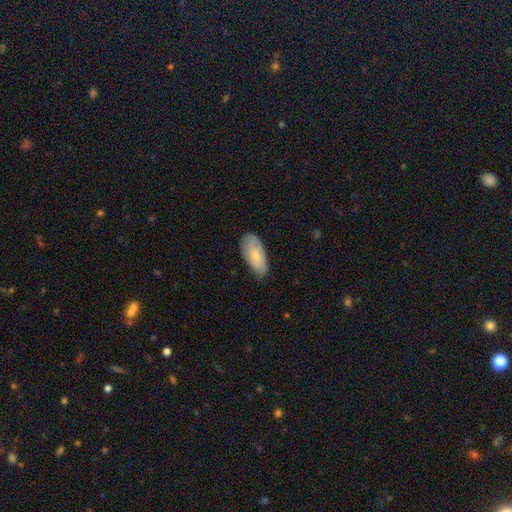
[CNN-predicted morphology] This is possibly a smooth galaxy (59%). How rounded: clearly in between (90%). Merging: likely none (65%).